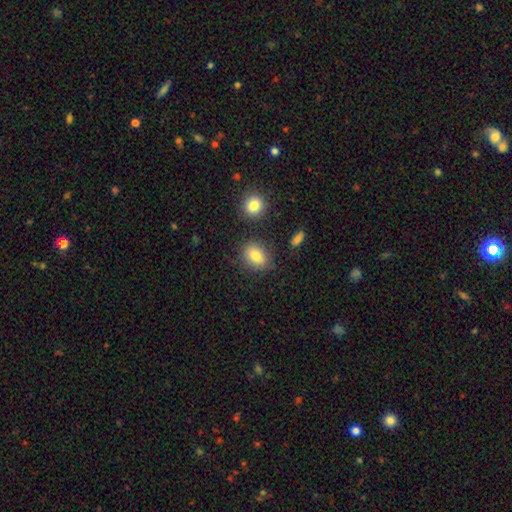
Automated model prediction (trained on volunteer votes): This appears to be a smooth galaxy with no disk features (80%) that is in between round and cigar-shaped (53%). Merging: none (81%).